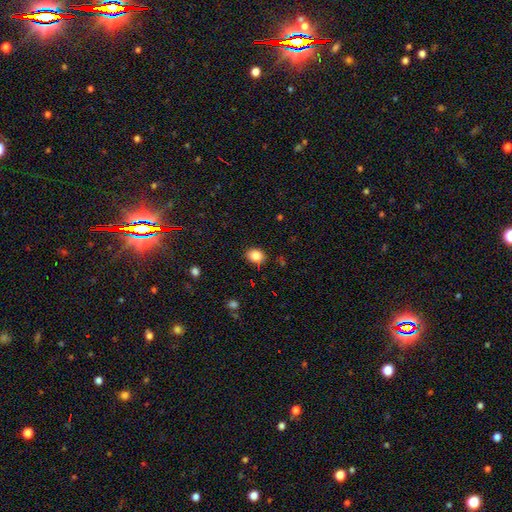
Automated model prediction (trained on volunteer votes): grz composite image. It shows a smooth galaxy with no disk features (85%) that is in between round and cigar-shaped (58%). Merging: none (87%).